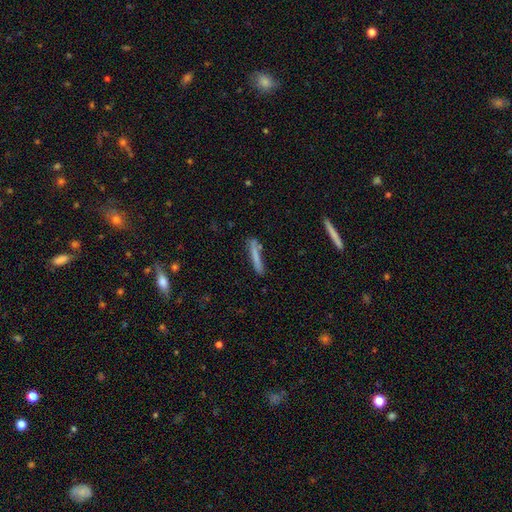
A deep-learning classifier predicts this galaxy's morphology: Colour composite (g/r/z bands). It shows a smooth galaxy with no disk features (72%) that is cigar-shaped (94%). Merging: none (75%).